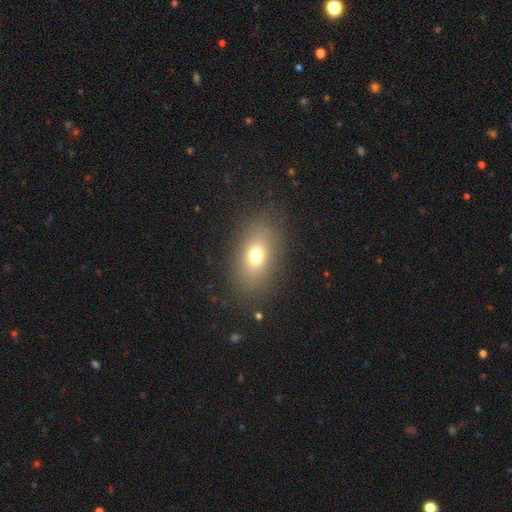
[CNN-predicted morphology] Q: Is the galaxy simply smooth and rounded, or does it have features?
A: smooth — 71%.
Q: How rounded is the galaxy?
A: in between — 81%.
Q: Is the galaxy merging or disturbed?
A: none — 84%.